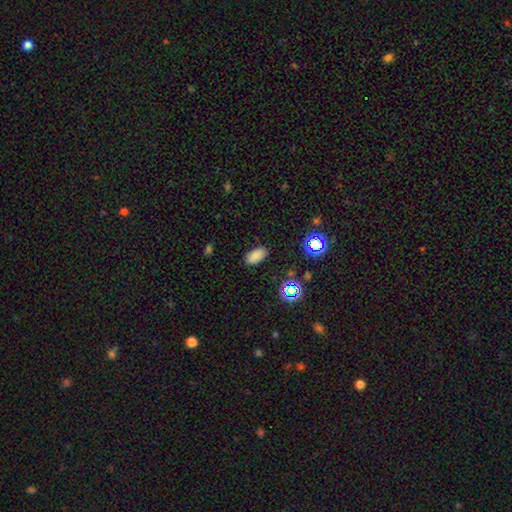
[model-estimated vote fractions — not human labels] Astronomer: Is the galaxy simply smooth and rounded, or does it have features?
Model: smooth — 80%.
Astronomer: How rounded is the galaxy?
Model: in between — 92%.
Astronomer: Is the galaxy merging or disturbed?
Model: none — 86%.